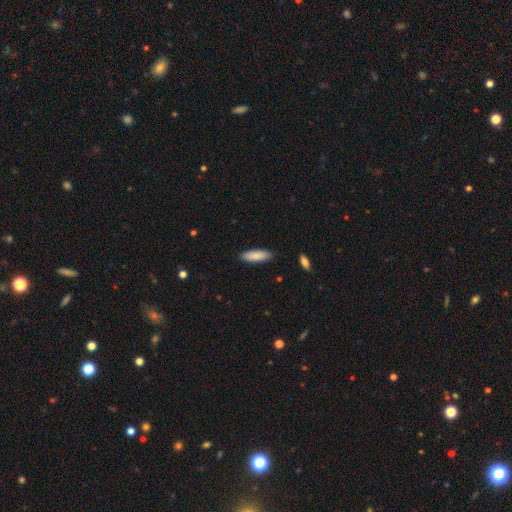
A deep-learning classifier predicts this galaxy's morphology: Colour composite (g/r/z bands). It shows a smooth galaxy with no disk features (87%) that is cigar-shaped (56%). Merging: none (89%).